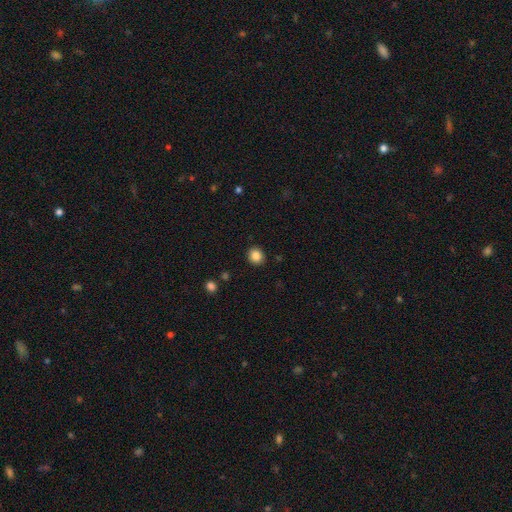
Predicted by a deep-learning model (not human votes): smooth 86%, star or artifact 10%, featured or disk 4%. Down the decision tree: how rounded — round (80%); merging — none (91%).